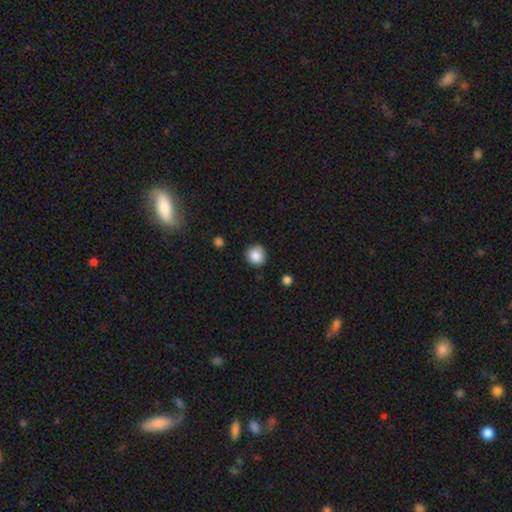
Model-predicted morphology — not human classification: type=smooth (87%); roundness=round (91%); merging=none (82%).